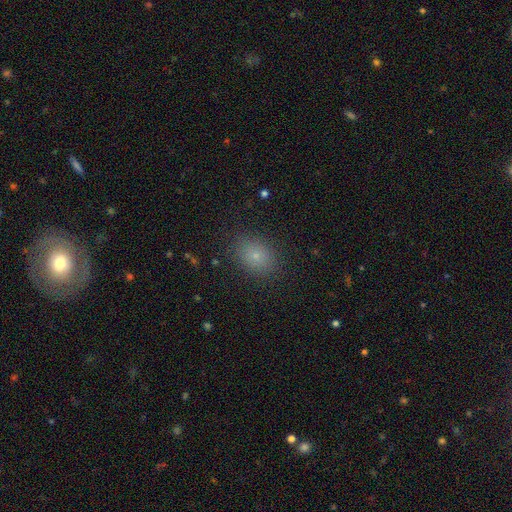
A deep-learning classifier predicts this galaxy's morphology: Smooth or featured?
  - smooth: 75% *
  - star or artifact: 15%
  - featured or disk: 10%
How rounded?
  - in between: 62% *
  - round: 37%
  - cigar-shaped: 1%
Merging?
  - none: 86% *
  - minor disturbance: 10%
  - major disturbance: 3%
  - merger: 1%